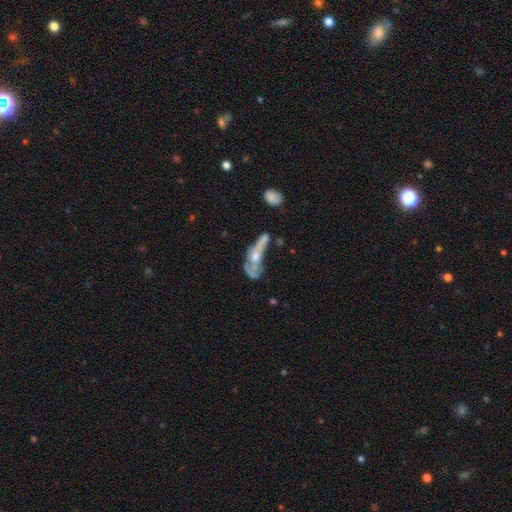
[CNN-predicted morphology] smooth_or_featured: featured or disk (p=0.59) [alt: smooth p=0.31]
disk_edge_on: no (p=0.79) [alt: yes p=0.21]
merging: major disturbance (p=0.35) [alt: merger p=0.26]